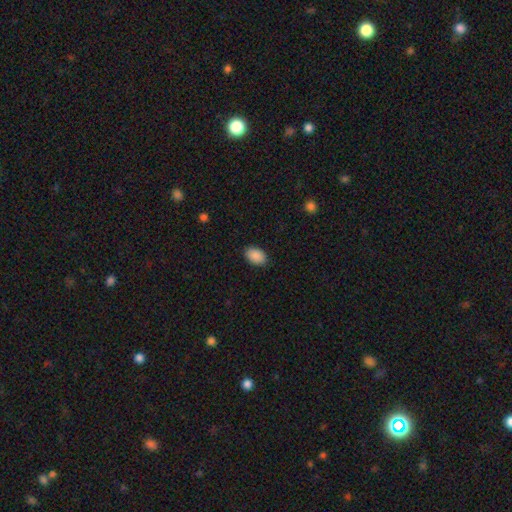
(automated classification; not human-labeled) smooth-or-featured: smooth: 90% | star or artifact: 7% | featured or disk: 3%
  how-rounded: in between: 88% | round: 11% | cigar-shaped: 1%
  merging: none: 88% | minor disturbance: 9% | major disturbance: 2% | merger: 1%